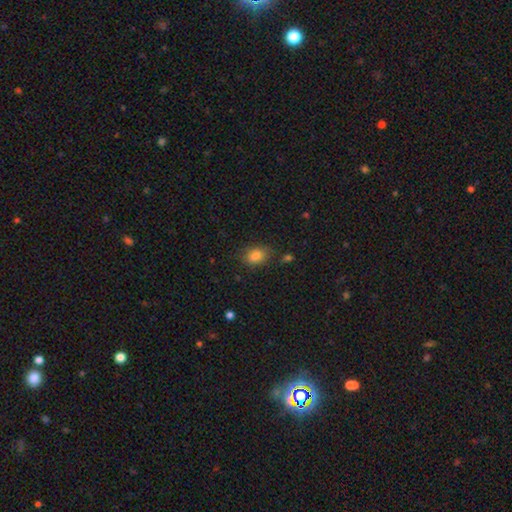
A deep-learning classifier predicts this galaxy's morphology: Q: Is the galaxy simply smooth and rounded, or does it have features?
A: smooth — 84%.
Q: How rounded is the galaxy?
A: in between — 78%.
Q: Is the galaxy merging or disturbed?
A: none — 76%.